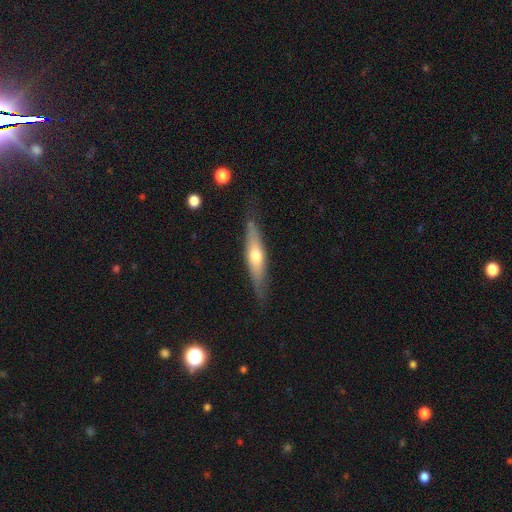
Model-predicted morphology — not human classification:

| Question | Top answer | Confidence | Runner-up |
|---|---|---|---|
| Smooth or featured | featured or disk | 48% | smooth (46%) |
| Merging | none | 77% | minor disturbance (18%) |